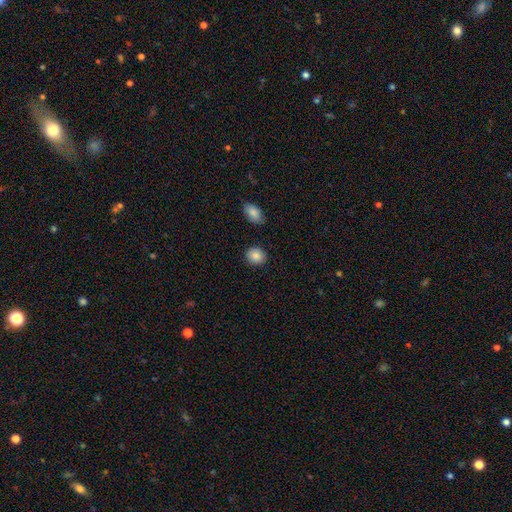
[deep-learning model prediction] Morphology: type=smooth (87%); roundness=round (73%); merging=none (88%).